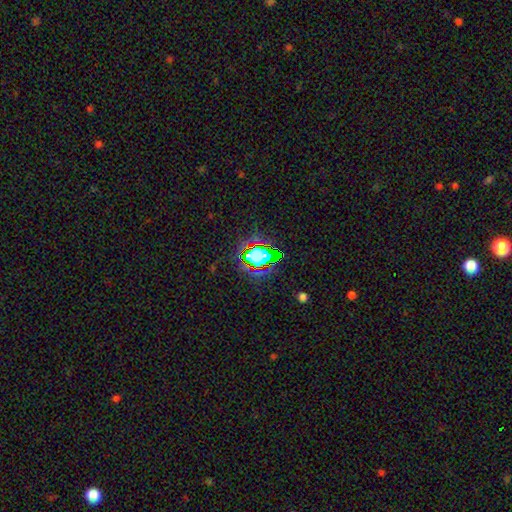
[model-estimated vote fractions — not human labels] smooth-or-featured: star or artifact: 54% | smooth: 31% | featured or disk: 14%